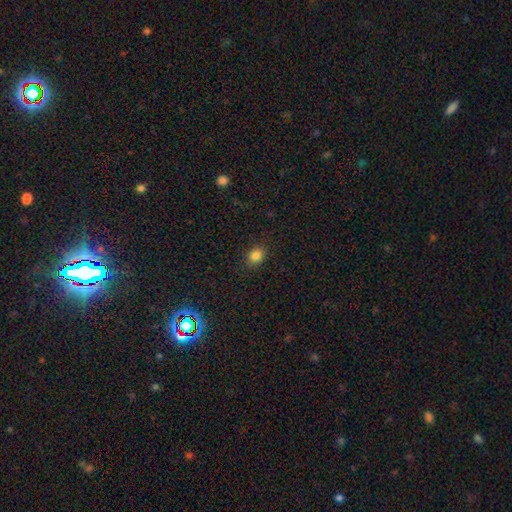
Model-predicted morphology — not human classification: type=smooth (84%); roundness=round (52%); merging=none (89%).